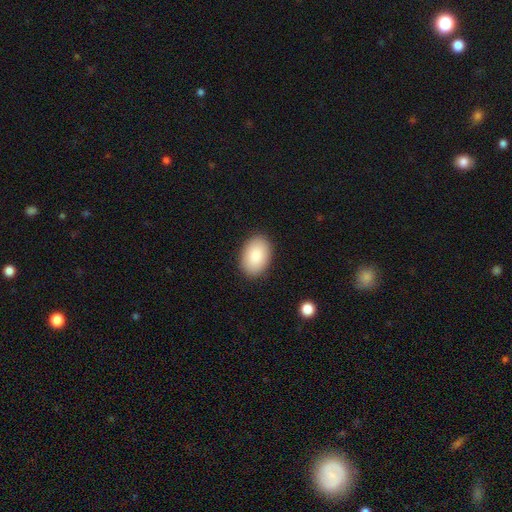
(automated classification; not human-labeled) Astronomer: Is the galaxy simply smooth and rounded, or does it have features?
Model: smooth — 89%.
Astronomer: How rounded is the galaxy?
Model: in between — 89%.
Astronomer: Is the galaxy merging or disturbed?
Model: none — 89%.